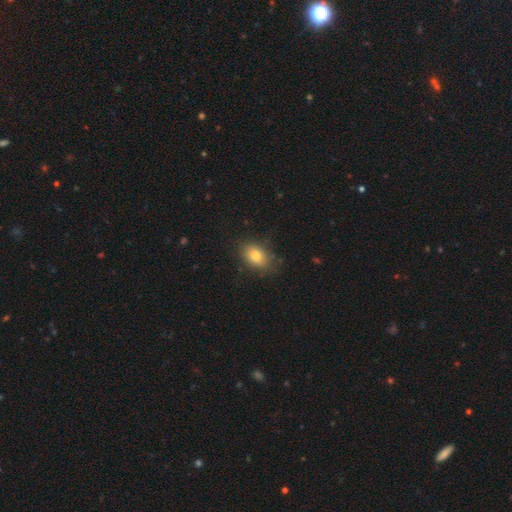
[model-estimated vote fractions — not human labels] A smooth galaxy with no disk features (80%) that is in between round and cigar-shaped (77%). Merging: none (78%).